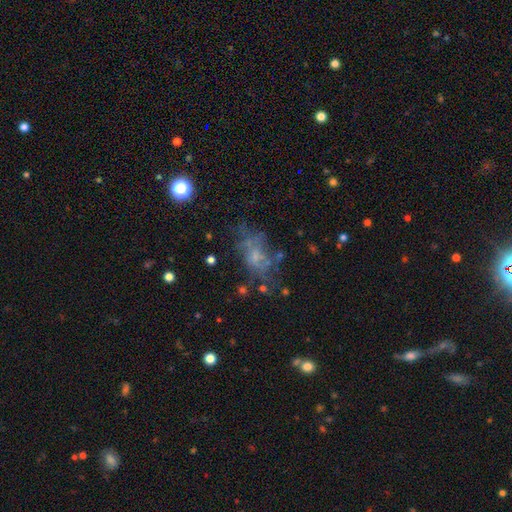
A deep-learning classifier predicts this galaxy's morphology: A featured or disk galaxy (46%).

Vote fractions:
- Smooth or featured? featured or disk: 46% / smooth: 34% / star or artifact: 20%
- Merging? none: 47% / major disturbance: 24% / minor disturbance: 21% / merger: 7%